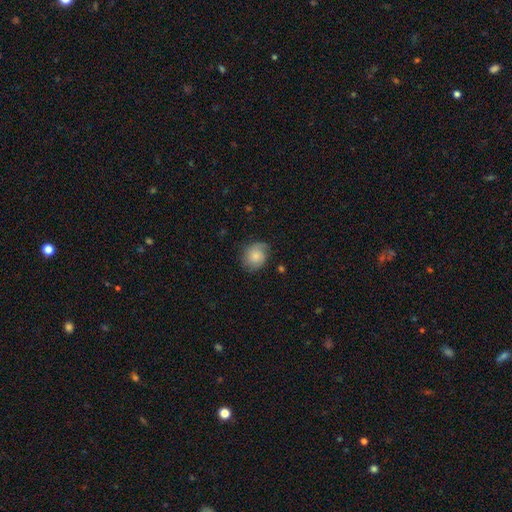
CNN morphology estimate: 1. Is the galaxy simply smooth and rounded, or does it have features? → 73% smooth, 19% featured or disk, 8% star or artifact.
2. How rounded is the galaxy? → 70% round, 29% in between, 1% cigar-shaped.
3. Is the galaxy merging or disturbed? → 68% none, 24% minor disturbance, 7% major disturbance, 1% merger.